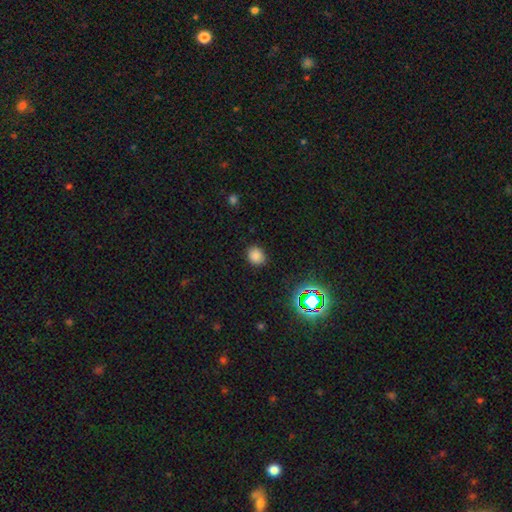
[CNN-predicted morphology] Q: Smooth or featured?
A: smooth (80%); runner-up: star or artifact (15%)
Q: How rounded?
A: round (61%); runner-up: in between (38%)
Q: Merging?
A: none (86%); runner-up: minor disturbance (10%)